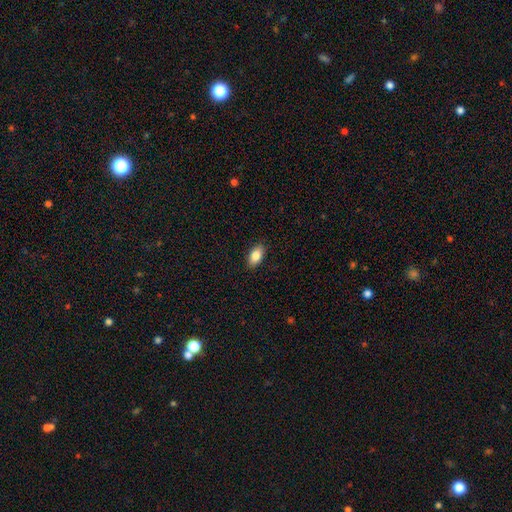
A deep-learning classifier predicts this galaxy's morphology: A smooth galaxy with no disk features (85%) that is in between round and cigar-shaped (92%).

Vote fractions:
- Smooth or featured? smooth: 85% / featured or disk: 7% / star or artifact: 7%
- How rounded? in between: 92% / round: 5% / cigar-shaped: 3%
- Merging? none: 89% / minor disturbance: 8% / major disturbance: 2% / merger: 1%